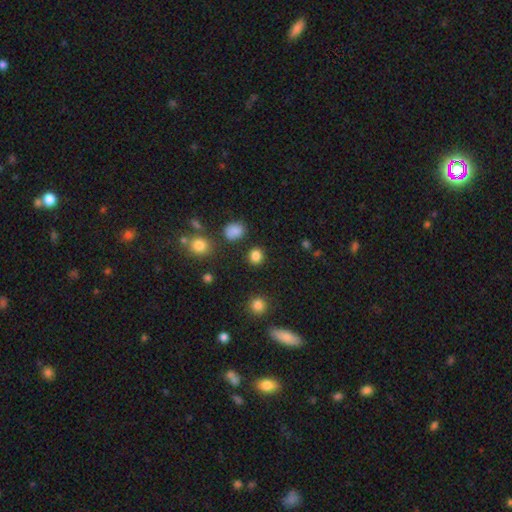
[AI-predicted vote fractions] smooth-or-featured: smooth: 83% | star or artifact: 13% | featured or disk: 4%
  how-rounded: round: 83% | in between: 16% | cigar-shaped: 1%
  merging: none: 88% | minor disturbance: 7% | major disturbance: 3% | merger: 3%